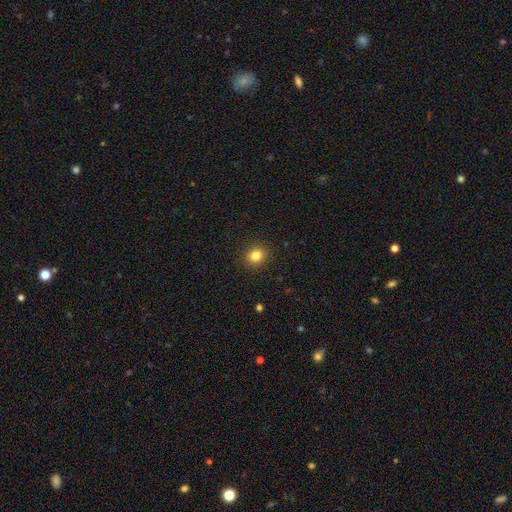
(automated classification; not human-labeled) This is clearly a smooth galaxy (83%). How rounded: clearly round (80%). Merging: clearly none (91%).